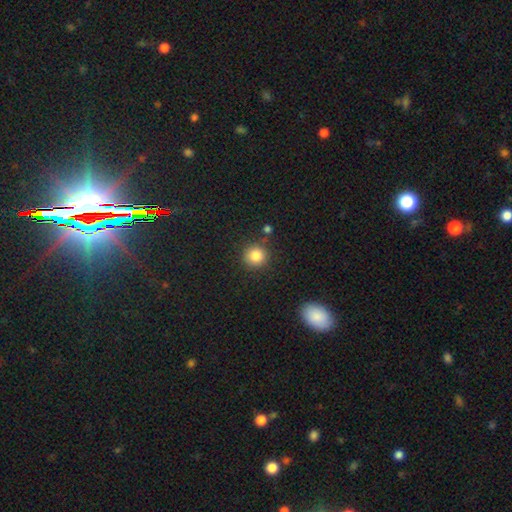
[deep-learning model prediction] Smooth or featured? smooth (85%)
How rounded? round (92%)
Merging? none (84%)